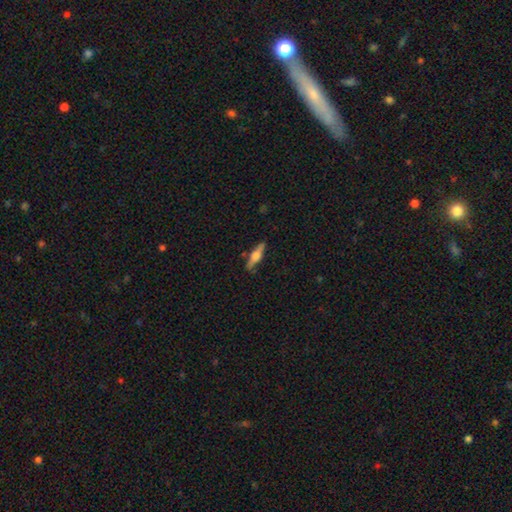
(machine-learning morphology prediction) This appears to be a featured or disk galaxy (52%) viewed edge-on (95%). Merging: none (83%).